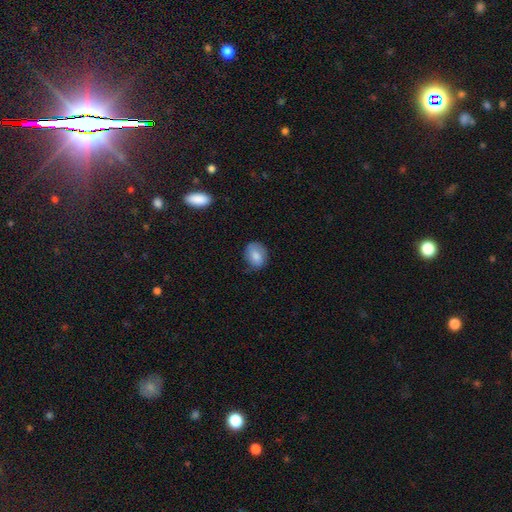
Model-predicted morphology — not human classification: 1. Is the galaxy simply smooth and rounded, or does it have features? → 79% smooth, 13% featured or disk, 8% star or artifact.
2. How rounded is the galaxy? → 50% in between, 49% round, 1% cigar-shaped.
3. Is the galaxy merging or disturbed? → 70% none, 23% minor disturbance, 5% major disturbance, 1% merger.